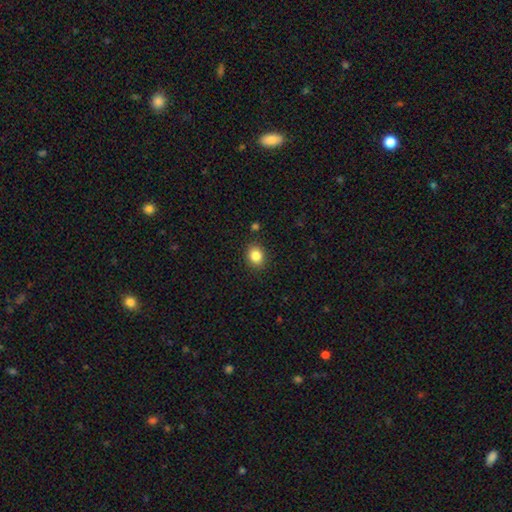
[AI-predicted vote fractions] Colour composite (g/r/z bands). It shows a smooth galaxy with no disk features (85%) that is round (61%). Merging: none (88%).